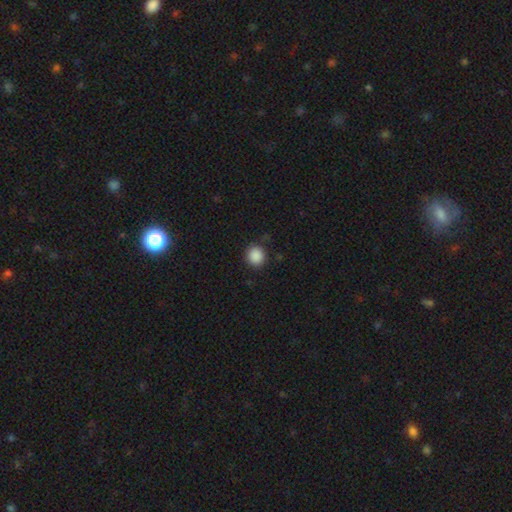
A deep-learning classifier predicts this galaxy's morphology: A smooth galaxy with no disk features (88%) that is round (90%).

Vote fractions:
- Smooth or featured? smooth: 88% / star or artifact: 9% / featured or disk: 2%
- How rounded? round: 90% / in between: 9% / cigar-shaped: 1%
- Merging? none: 87% / minor disturbance: 9% / major disturbance: 3% / merger: 1%